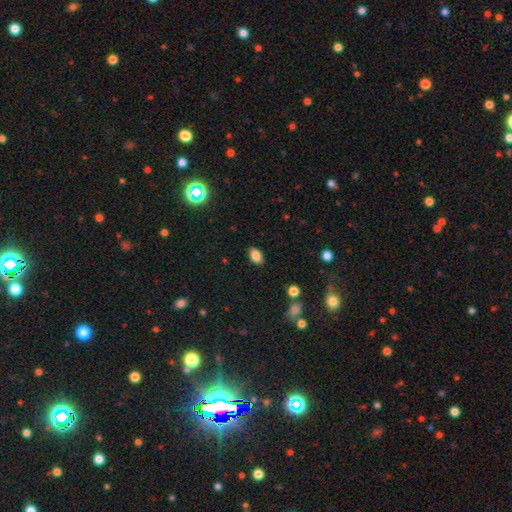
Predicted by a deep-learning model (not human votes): Q: Smooth or featured?
A: smooth (85%); runner-up: star or artifact (10%)
Q: How rounded?
A: in between (89%); runner-up: round (9%)
Q: Merging?
A: none (87%); runner-up: minor disturbance (10%)